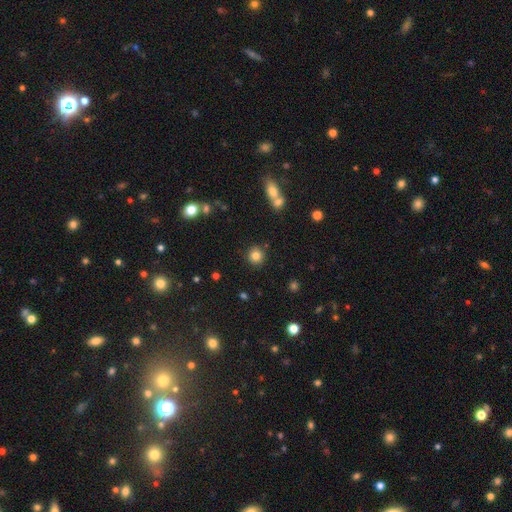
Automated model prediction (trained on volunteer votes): This is clearly a smooth galaxy (82%). How rounded: clearly round (92%). Merging: clearly none (87%).